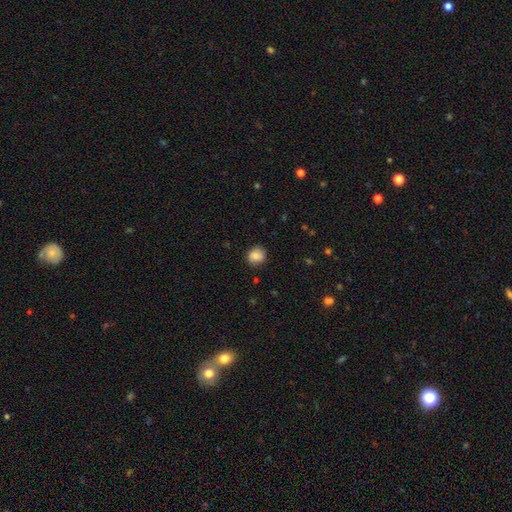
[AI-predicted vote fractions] Morphology: type=smooth (85%); roundness=round (81%); merging=none (85%).